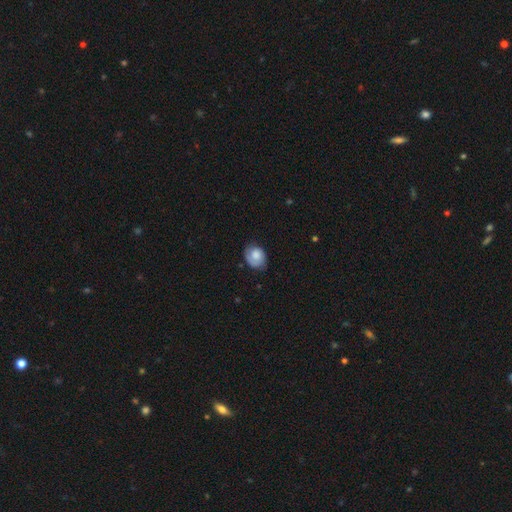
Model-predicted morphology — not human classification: smooth_or_featured: smooth (p=0.63) [alt: featured or disk p=0.30]
how_rounded: in between (p=0.52) [alt: round p=0.47]
merging: none (p=0.64) [alt: minor disturbance p=0.27]